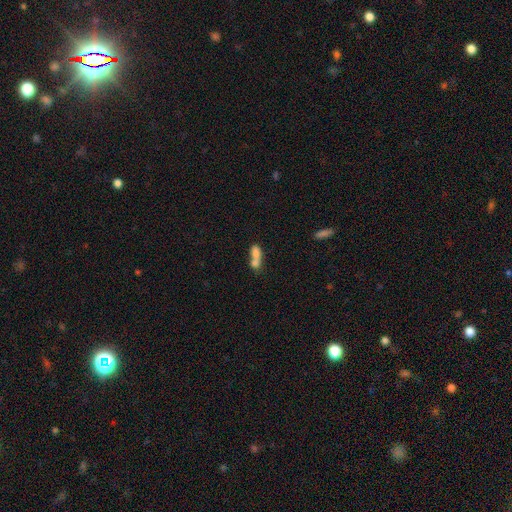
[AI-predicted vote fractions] smooth-or-featured: smooth: 71% | featured or disk: 19% | star or artifact: 10%
  how-rounded: in between: 67% | cigar-shaped: 17% | round: 15%
  merging: merger: 71% | none: 17% | minor disturbance: 7% | major disturbance: 5%